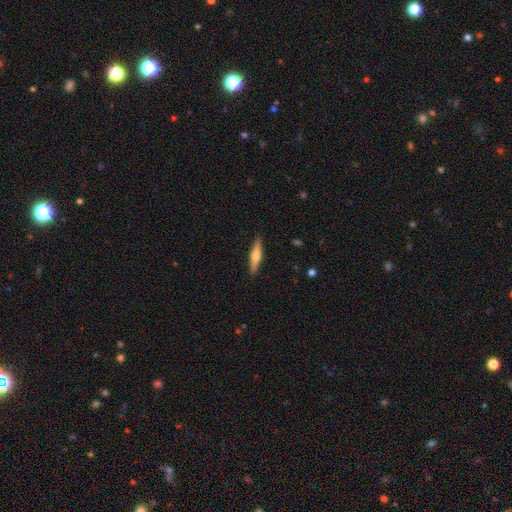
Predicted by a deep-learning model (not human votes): A featured or disk galaxy (52%) viewed edge-on (95%). Merging: none (90%).